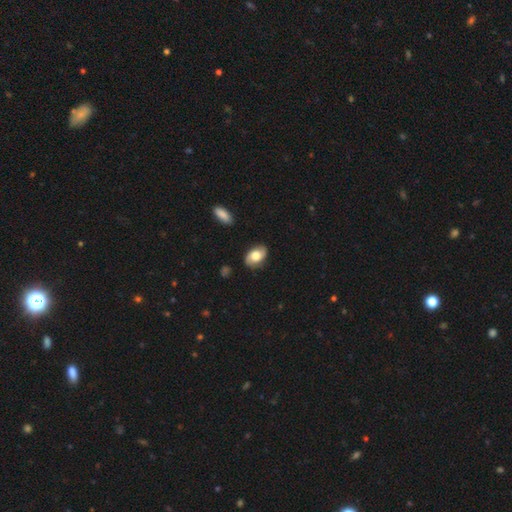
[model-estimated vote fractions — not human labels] Smooth or featured?
  - smooth: 59% *
  - featured or disk: 34%
  - star or artifact: 7%
How rounded?
  - in between: 88% *
  - round: 11%
  - cigar-shaped: 2%
Merging?
  - none: 81% *
  - minor disturbance: 14%
  - major disturbance: 3%
  - merger: 1%